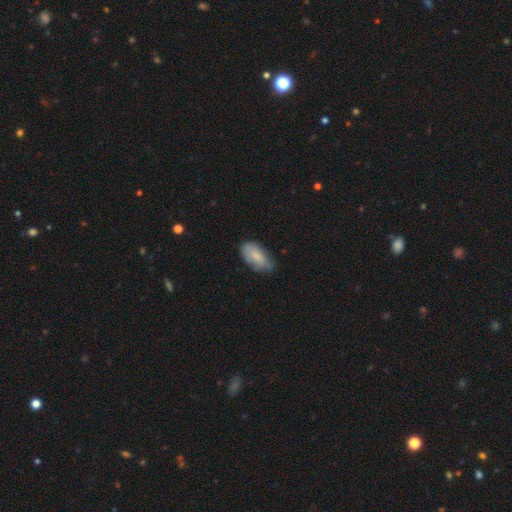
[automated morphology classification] This appears to be a smooth galaxy with no disk features (75%) that is in between round and cigar-shaped (93%). Merging: none (53%).